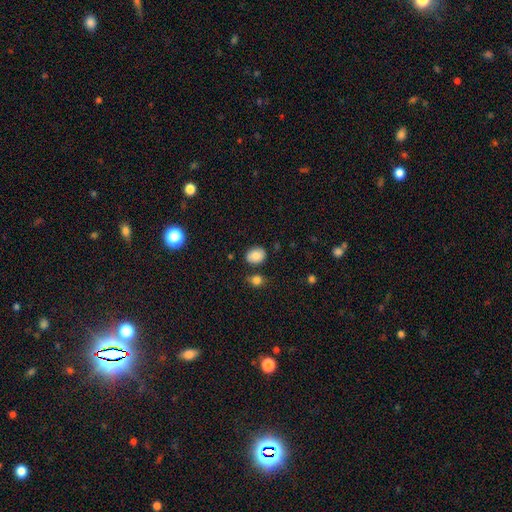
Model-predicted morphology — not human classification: smooth-or-featured: smooth: 83% | star or artifact: 9% | featured or disk: 8%
  how-rounded: in between: 64% | round: 35% | cigar-shaped: 1%
  merging: none: 76% | minor disturbance: 14% | merger: 6% | major disturbance: 3%